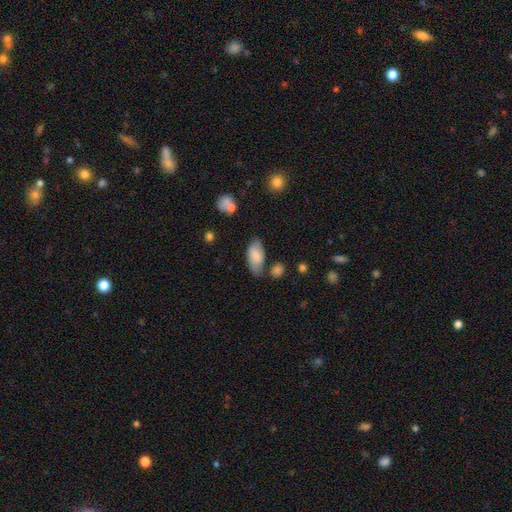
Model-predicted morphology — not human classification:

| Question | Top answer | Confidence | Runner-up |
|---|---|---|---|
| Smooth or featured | smooth | 80% | featured or disk (13%) |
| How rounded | in between | 92% | cigar-shaped (6%) |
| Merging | none | 61% | minor disturbance (25%) |